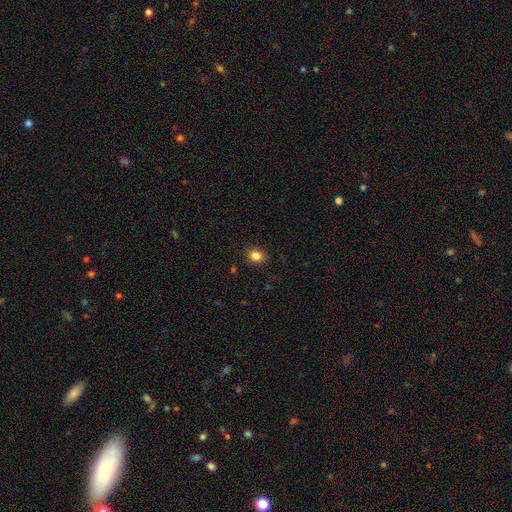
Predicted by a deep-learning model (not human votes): Smooth or featured: smooth — 84% (star or artifact — 11%)
How rounded: round — 60% (in between — 39%)
Merging: none — 90% (minor disturbance — 7%)